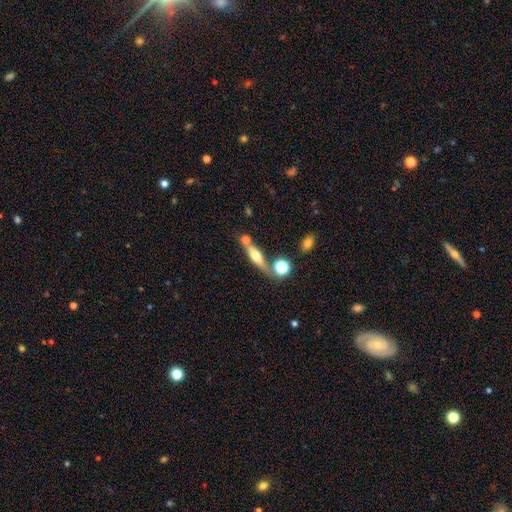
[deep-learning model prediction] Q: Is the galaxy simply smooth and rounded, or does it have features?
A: featured or disk — 48%.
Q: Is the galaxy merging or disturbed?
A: none — 59%.